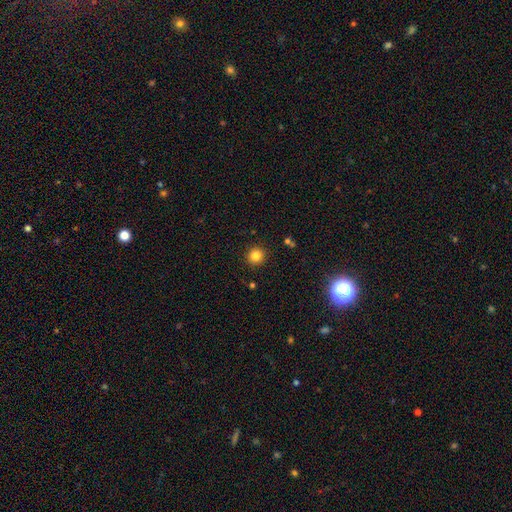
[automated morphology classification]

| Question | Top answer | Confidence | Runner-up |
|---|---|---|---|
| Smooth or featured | smooth | 83% | star or artifact (12%) |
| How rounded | round | 92% | in between (7%) |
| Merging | none | 91% | minor disturbance (6%) |